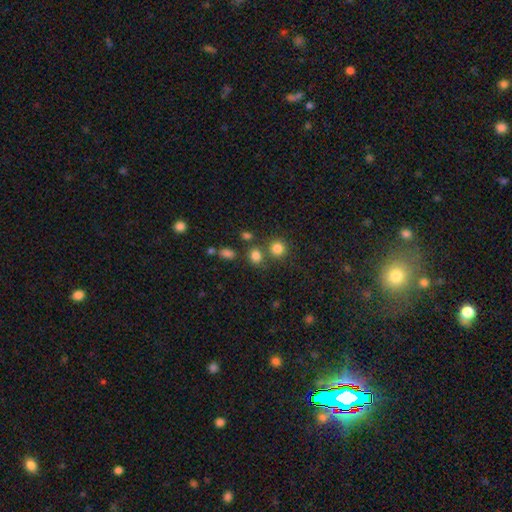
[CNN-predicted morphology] type=smooth (80%); roundness=round (65%); merging=none (67%).